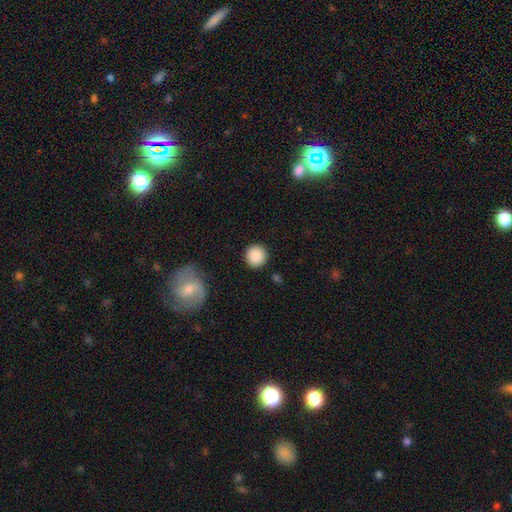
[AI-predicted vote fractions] A smooth galaxy with no disk features (88%) that is round (94%). Merging: none (90%).